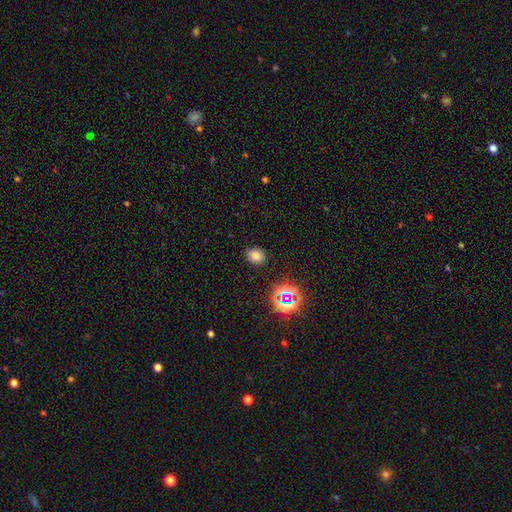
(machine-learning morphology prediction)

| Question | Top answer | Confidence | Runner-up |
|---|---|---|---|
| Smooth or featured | smooth | 74% | star or artifact (20%) |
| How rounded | round | 54% | in between (45%) |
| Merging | none | 85% | minor disturbance (10%) |